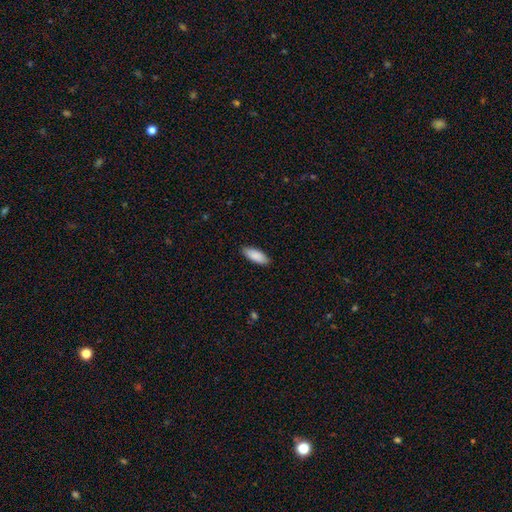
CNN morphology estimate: Smooth or featured: smooth — 89% (star or artifact — 5%)
How rounded: in between — 75% (cigar-shaped — 23%)
Merging: none — 88% (minor disturbance — 9%)